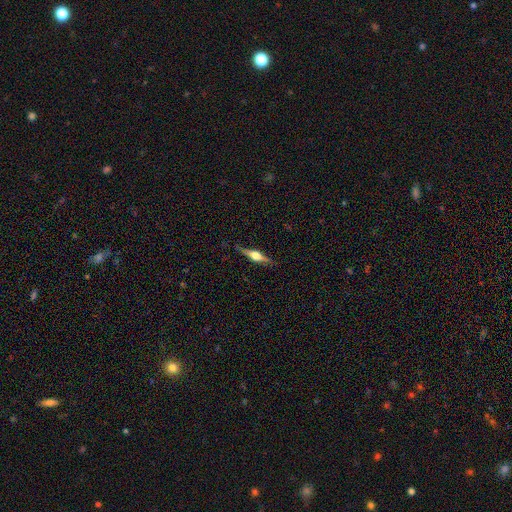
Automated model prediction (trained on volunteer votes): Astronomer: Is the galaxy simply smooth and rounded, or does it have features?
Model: featured or disk — 77%.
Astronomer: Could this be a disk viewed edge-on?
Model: yes — 97%.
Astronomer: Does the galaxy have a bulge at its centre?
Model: rounded — 92%.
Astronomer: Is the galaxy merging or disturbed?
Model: none — 83%.